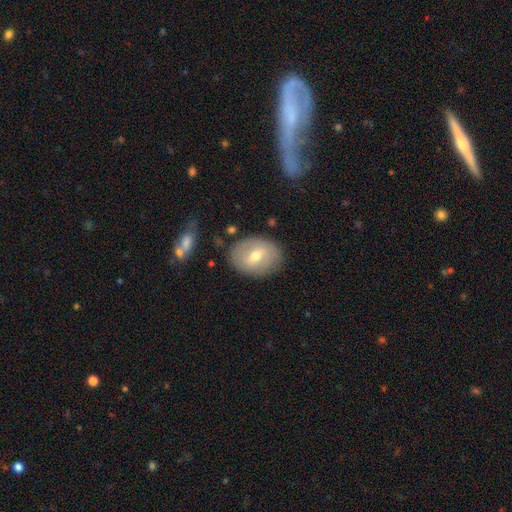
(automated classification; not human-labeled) This is possibly a smooth galaxy (54%). How rounded: possibly in between (59%). Merging: clearly none (81%).